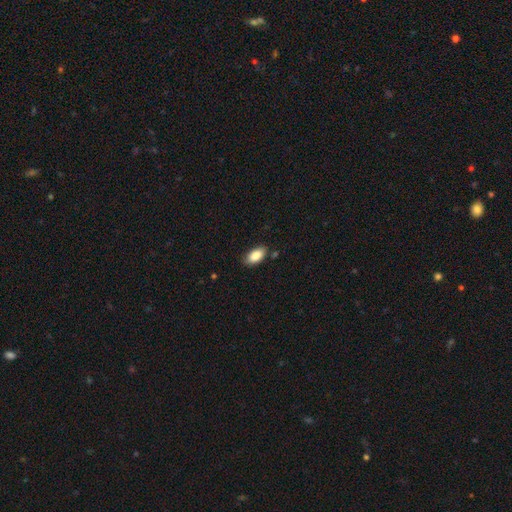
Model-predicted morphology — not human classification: smooth-or-featured: smooth: 88% | star or artifact: 7% | featured or disk: 5%
  how-rounded: in between: 93% | cigar-shaped: 3% | round: 3%
  merging: none: 81% | minor disturbance: 14% | major disturbance: 3% | merger: 2%